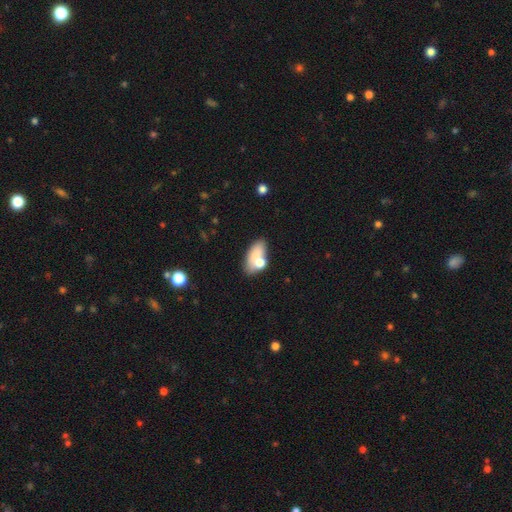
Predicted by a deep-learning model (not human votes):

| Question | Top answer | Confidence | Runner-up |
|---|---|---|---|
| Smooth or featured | smooth | 71% | featured or disk (21%) |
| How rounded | in between | 87% | round (7%) |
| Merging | none | 43% | merger (26%) |